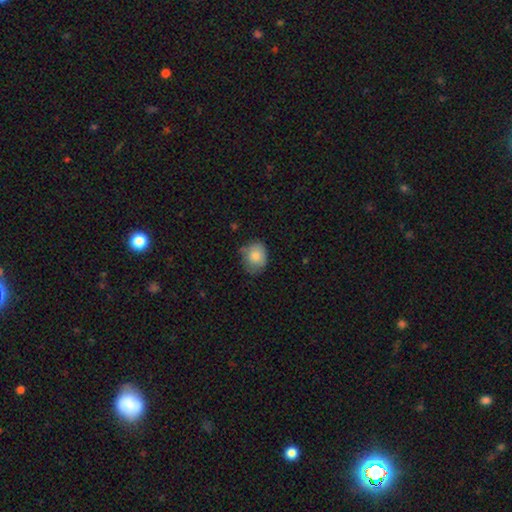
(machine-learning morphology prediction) smooth_or_featured: smooth (p=0.81) [alt: featured or disk p=0.12]
how_rounded: round (p=0.57) [alt: in between p=0.42]
merging: none (p=0.60) [alt: minor disturbance p=0.31]